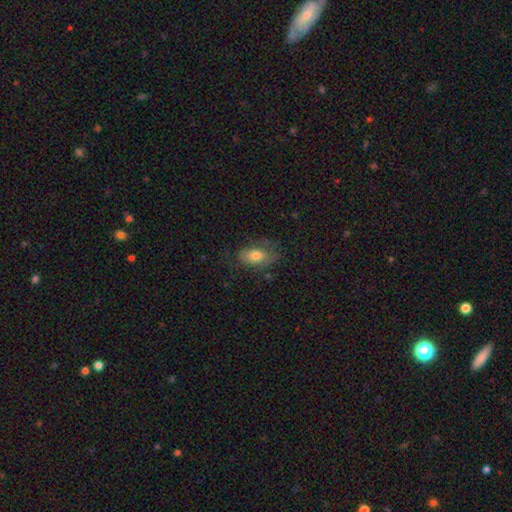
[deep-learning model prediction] Smooth or featured? Predicted: smooth (p=0.68). How rounded? Predicted: in between (p=0.88). Merging? Predicted: none (p=0.58).